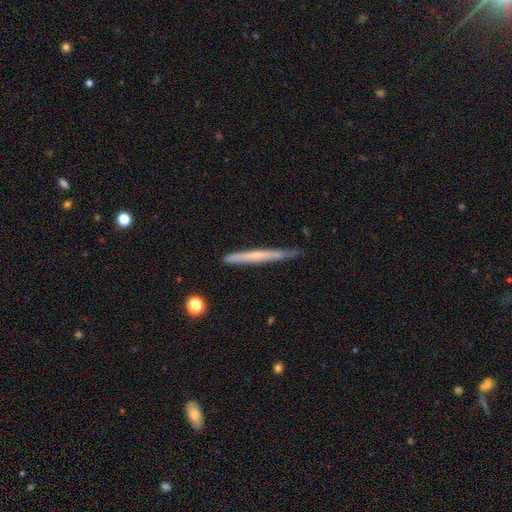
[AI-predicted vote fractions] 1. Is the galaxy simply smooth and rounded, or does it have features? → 47% featured or disk, 46% smooth, 6% star or artifact.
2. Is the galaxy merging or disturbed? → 79% none, 17% minor disturbance, 2% major disturbance, 2% merger.